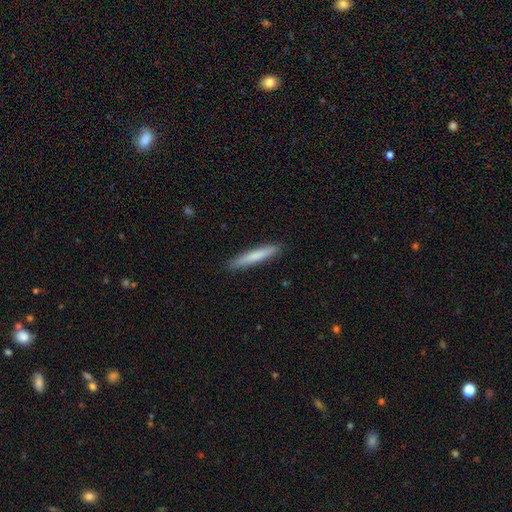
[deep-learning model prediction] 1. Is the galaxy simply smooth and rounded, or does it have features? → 75% smooth, 20% featured or disk, 5% star or artifact.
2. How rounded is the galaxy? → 94% cigar-shaped, 5% in between, 1% round.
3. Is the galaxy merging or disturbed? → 90% none, 7% minor disturbance, 1% major disturbance, 1% merger.